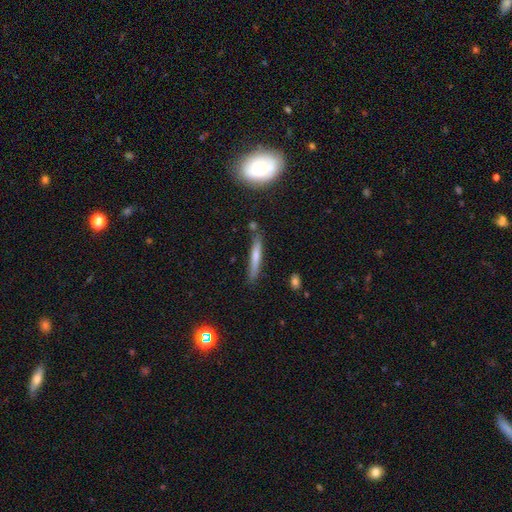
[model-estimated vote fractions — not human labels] Smooth or featured: smooth — 52% (featured or disk — 40%)
How rounded: cigar-shaped — 93% (in between — 5%)
Merging: none — 80% (minor disturbance — 14%)